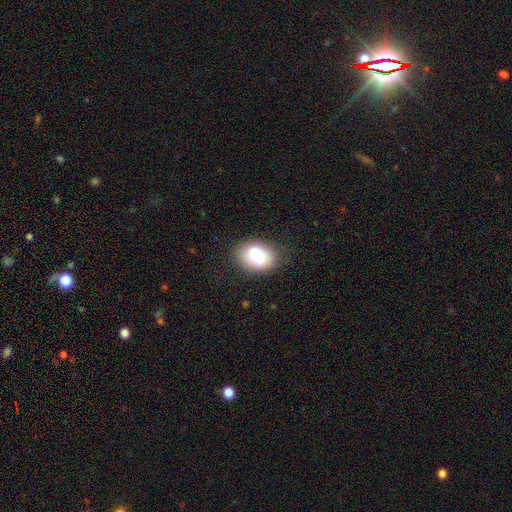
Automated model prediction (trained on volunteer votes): Q: Smooth or featured?
A: smooth (65%); runner-up: featured or disk (27%)
Q: How rounded?
A: in between (81%); runner-up: round (18%)
Q: Merging?
A: none (77%); runner-up: minor disturbance (16%)